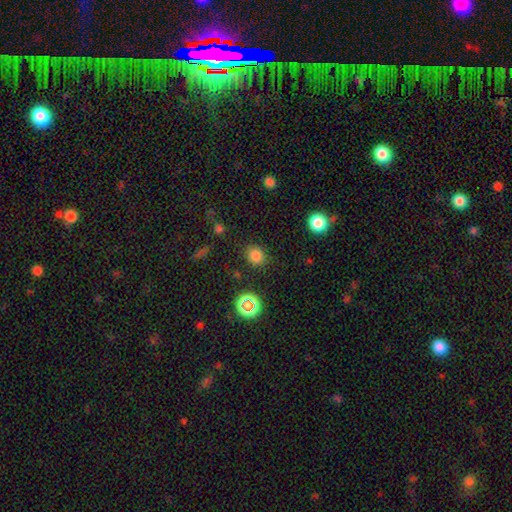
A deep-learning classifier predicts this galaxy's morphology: Overall: smooth (79%). How rounded: round (71%). Merging: none (85%).